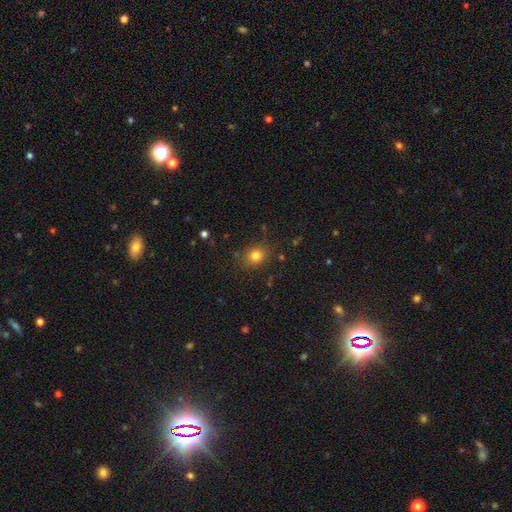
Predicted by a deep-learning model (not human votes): Overall: smooth (79%). How rounded: round (68%; in between 31%). Merging: none (82%).